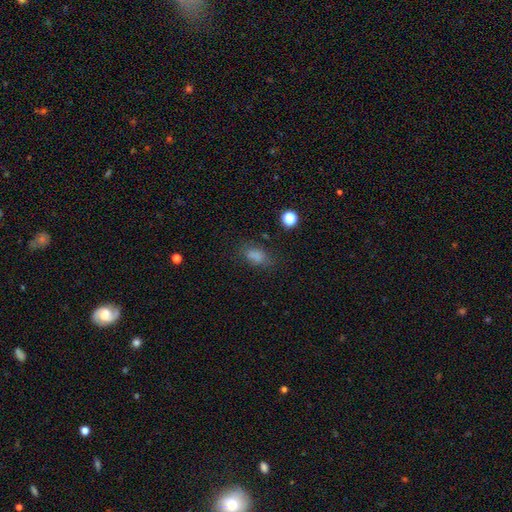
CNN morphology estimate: A smooth galaxy with no disk features (77%) that is in between round and cigar-shaped (81%). Merging: none (66%).